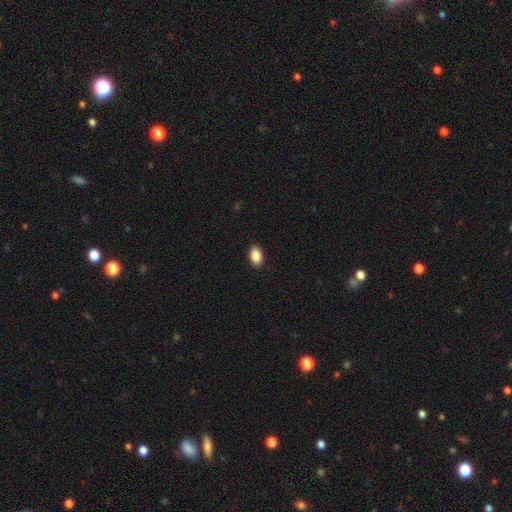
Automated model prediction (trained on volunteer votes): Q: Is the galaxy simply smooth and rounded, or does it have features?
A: smooth — 88%.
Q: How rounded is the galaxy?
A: in between — 90%.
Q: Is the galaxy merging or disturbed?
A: none — 90%.